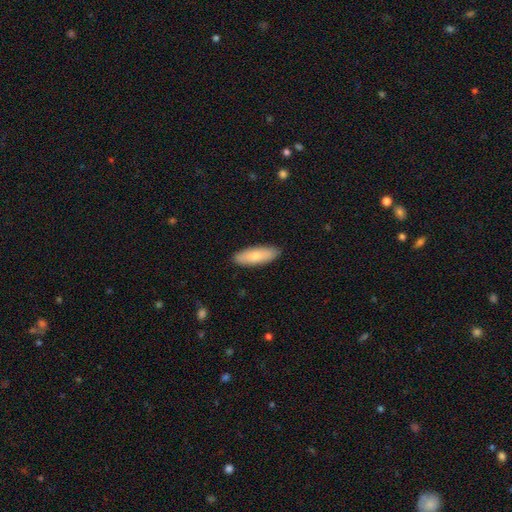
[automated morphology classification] This appears to be a smooth galaxy with no disk features (79%) that is in between round and cigar-shaped (57%). Merging: none (89%).